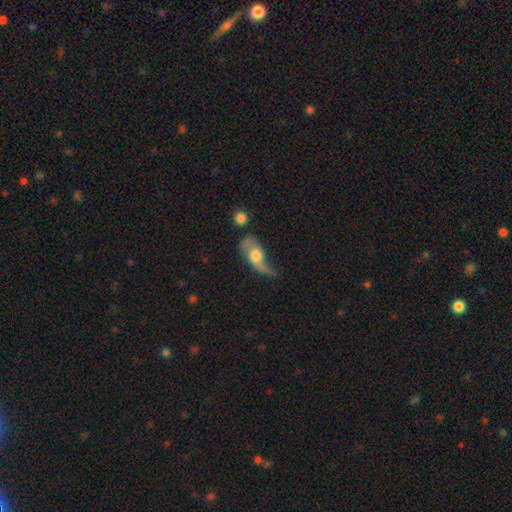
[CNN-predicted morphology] type=featured or disk (62%); edge-on=no (85%); bar=no (71%); spiral arms=yes (80%); bulge=moderate (56%); merging=major disturbance (32%, tied with none).